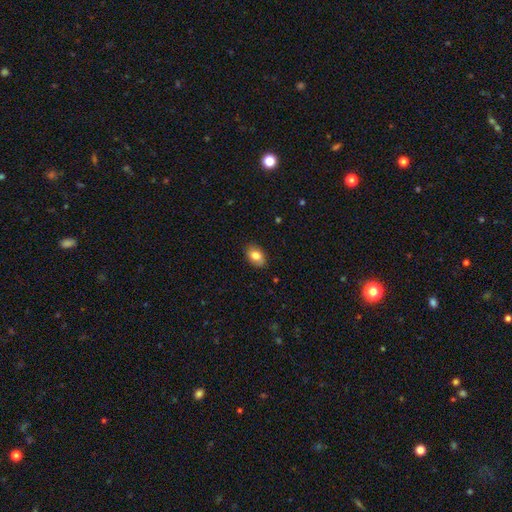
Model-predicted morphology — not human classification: smooth 80%, featured or disk 12%, star or artifact 8%. Down the decision tree: how rounded — in between (86%); merging — none (85%).